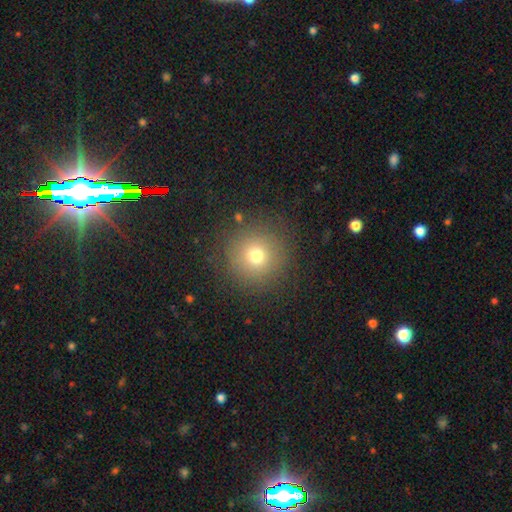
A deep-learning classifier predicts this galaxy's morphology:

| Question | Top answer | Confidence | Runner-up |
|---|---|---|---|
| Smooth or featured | smooth | 72% | star or artifact (17%) |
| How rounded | round | 95% | in between (4%) |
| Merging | none | 87% | minor disturbance (8%) |